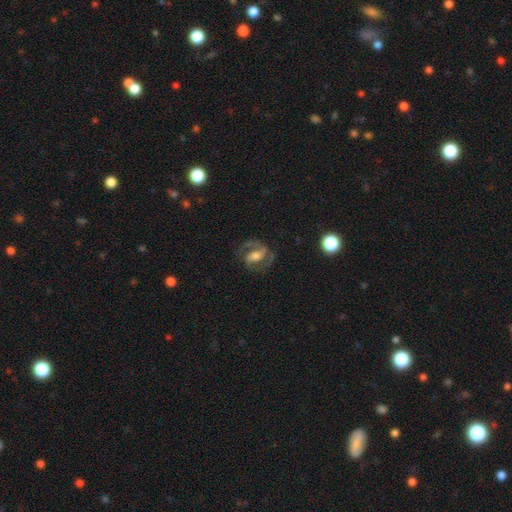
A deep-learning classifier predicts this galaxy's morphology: A featured or disk galaxy (83%) with a strong bar (39%, tied with weak), 2 (90%) medium (57%) spiral arms (94%) and a moderate central bulge (58%). Merging: none (74%).